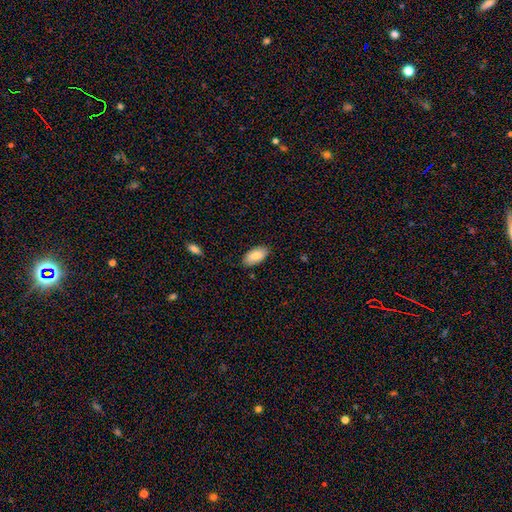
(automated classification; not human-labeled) Q: Smooth or featured?
A: smooth (81%); runner-up: featured or disk (12%)
Q: How rounded?
A: in between (95%); runner-up: cigar-shaped (3%)
Q: Merging?
A: none (86%); runner-up: minor disturbance (11%)